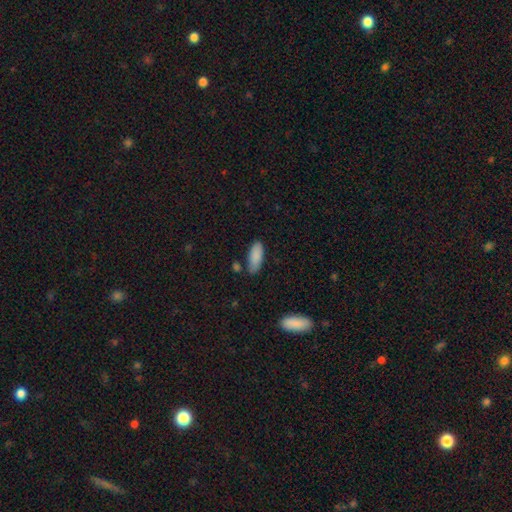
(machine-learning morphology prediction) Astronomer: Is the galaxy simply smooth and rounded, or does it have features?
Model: smooth — 88%.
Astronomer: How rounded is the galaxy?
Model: in between — 79%.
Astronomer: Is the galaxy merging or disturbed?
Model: none — 75%.